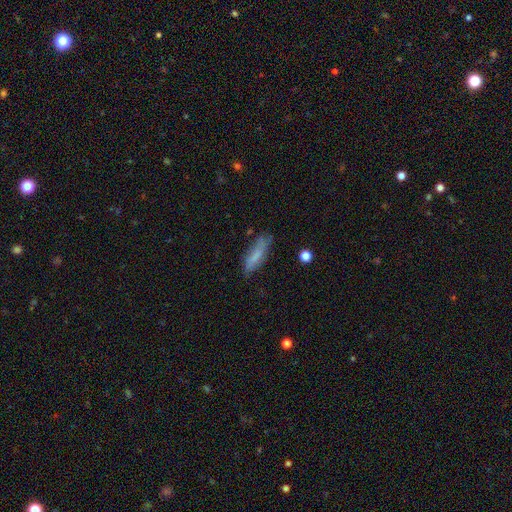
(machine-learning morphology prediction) type=smooth (65%); roundness=cigar-shaped (62%); merging=none (66%).